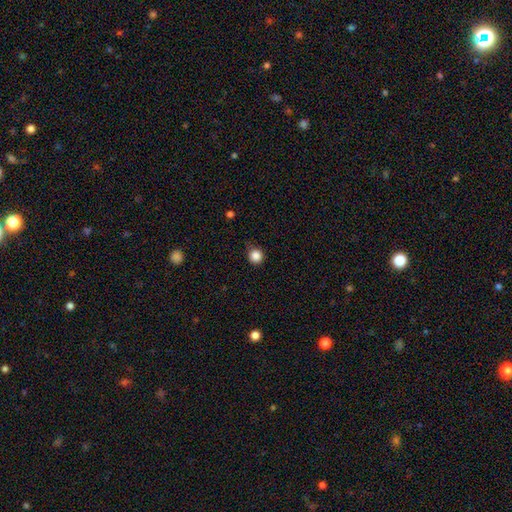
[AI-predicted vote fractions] smooth_or_featured: smooth (p=0.86) [alt: star or artifact p=0.11]
how_rounded: round (p=0.93) [alt: in between p=0.06]
merging: none (p=0.83) [alt: minor disturbance p=0.14]